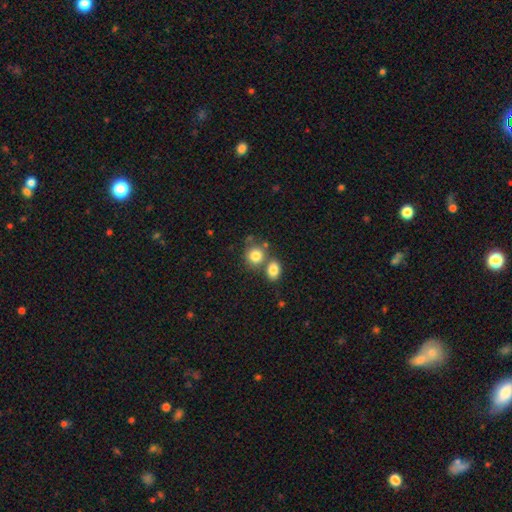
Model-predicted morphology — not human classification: type=smooth (82%); roundness=round (77%); merging=none (50%).